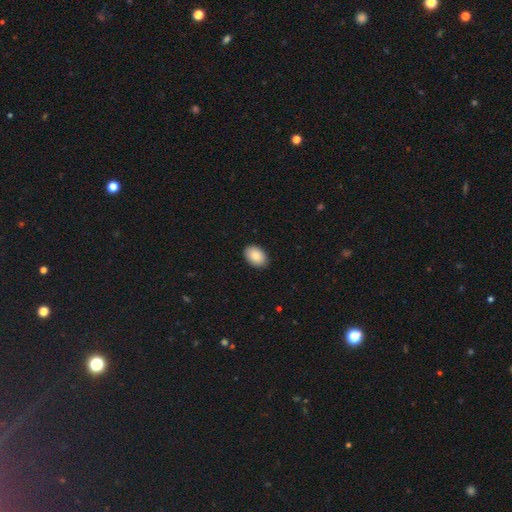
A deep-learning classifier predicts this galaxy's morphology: Smooth or featured: smooth — 88% (star or artifact — 7%)
How rounded: in between — 87% (round — 12%)
Merging: none — 89% (minor disturbance — 8%)